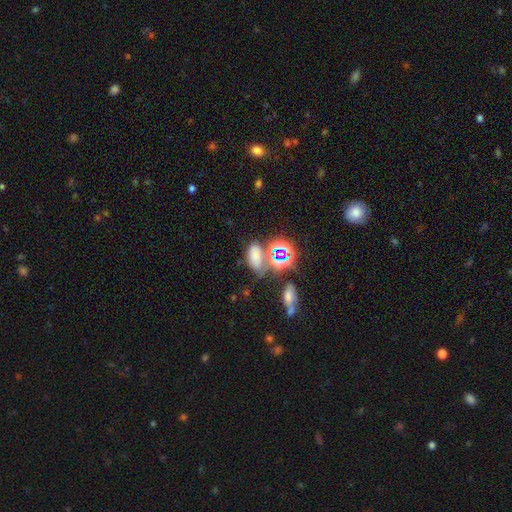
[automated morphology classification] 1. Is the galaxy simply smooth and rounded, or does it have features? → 59% smooth, 31% star or artifact, 10% featured or disk.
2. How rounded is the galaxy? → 84% in between, 12% round, 4% cigar-shaped.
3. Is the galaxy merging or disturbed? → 52% none, 23% merger, 16% minor disturbance, 9% major disturbance.